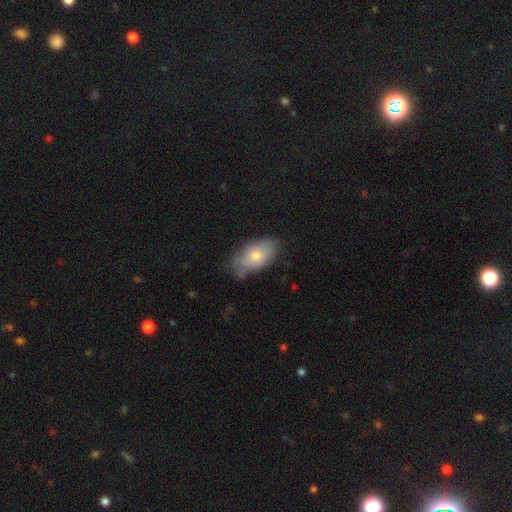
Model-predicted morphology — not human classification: A smooth galaxy with no disk features (73%) that is in between round and cigar-shaped (92%). Merging: none (68%).